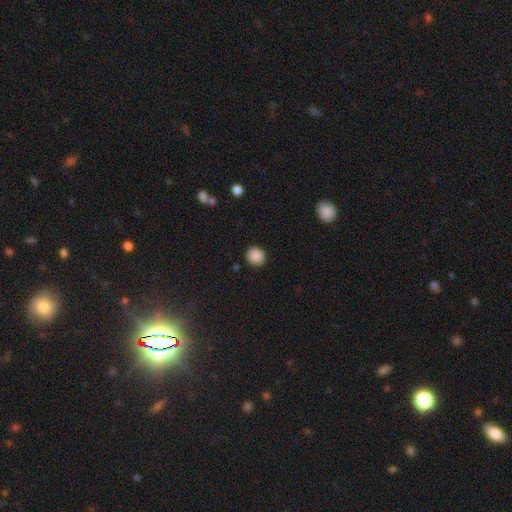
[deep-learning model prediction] The model was most divided on "smooth or featured": smooth: 88%, star or artifact: 9%, featured or disk: 3%. More confident: merging — none (90%); how rounded — round (90%).